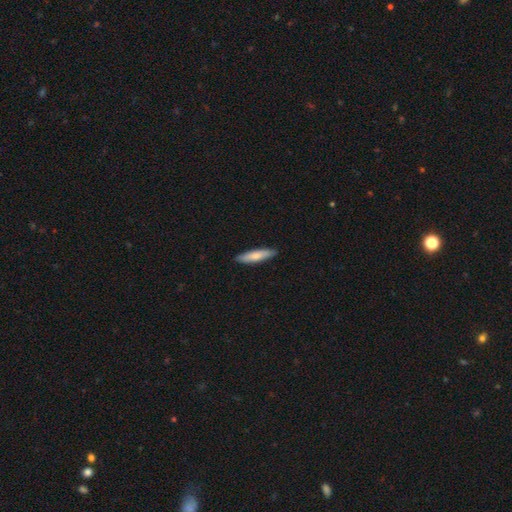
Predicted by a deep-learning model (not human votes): Smooth or featured? Predicted: smooth (p=0.74). How rounded? Predicted: cigar-shaped (p=0.79). Merging? Predicted: none (p=0.90).